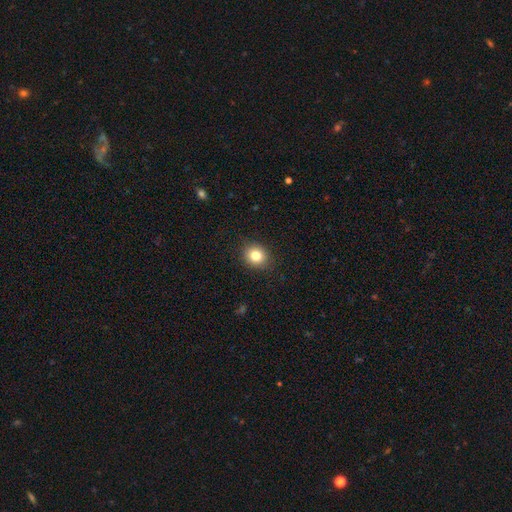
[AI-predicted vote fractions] Smooth or featured? smooth (81%)
How rounded? round (77%)
Merging? none (89%)